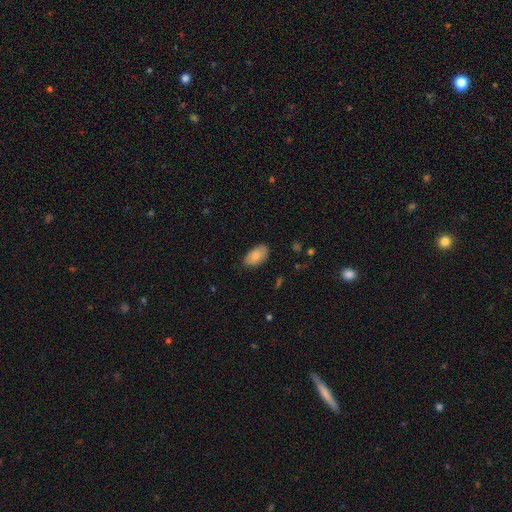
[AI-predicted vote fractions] smooth_or_featured: smooth (p=0.82) [alt: featured or disk p=0.12]
how_rounded: in between (p=0.94) [alt: round p=0.04]
merging: none (p=0.80) [alt: minor disturbance p=0.17]